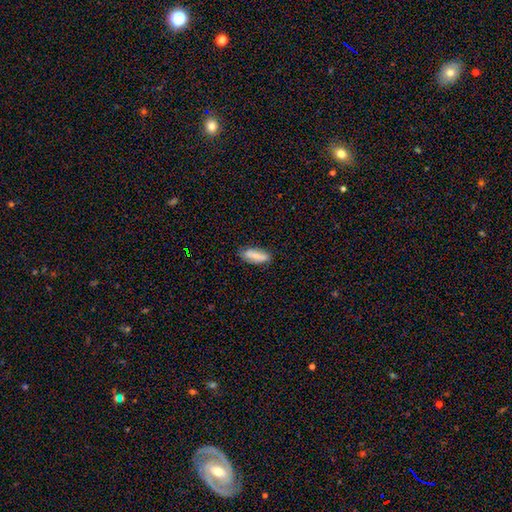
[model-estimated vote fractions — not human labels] This is likely a smooth galaxy (74%). How rounded: likely in between (68%). Merging: likely none (77%).